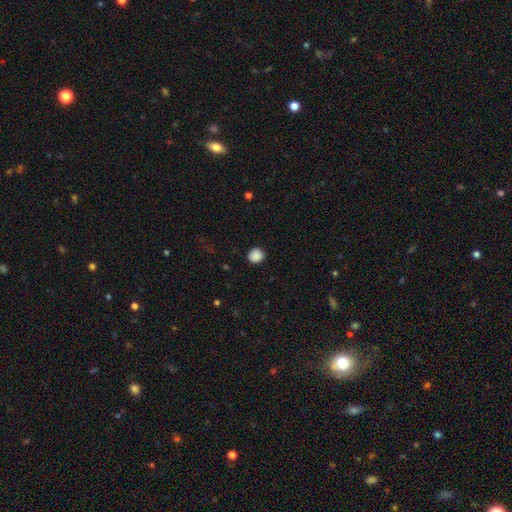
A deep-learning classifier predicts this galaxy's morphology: type=smooth (88%); roundness=round (89%); merging=none (91%).